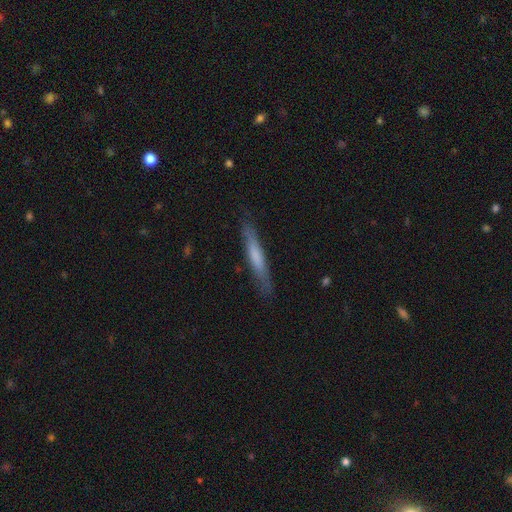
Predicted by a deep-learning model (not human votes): Smooth or featured? smooth (60%)
How rounded? cigar-shaped (93%)
Merging? none (83%)